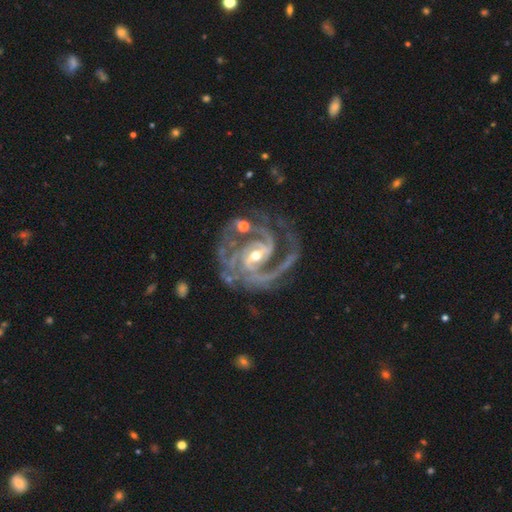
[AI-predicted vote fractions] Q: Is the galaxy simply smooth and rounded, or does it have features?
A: featured or disk — 94%.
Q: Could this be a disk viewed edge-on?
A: no — 98%.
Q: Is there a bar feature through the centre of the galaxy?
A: weak — 44%.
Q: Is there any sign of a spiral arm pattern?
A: yes — 98%.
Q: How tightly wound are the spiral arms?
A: tight — 47%.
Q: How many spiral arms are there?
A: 3 — 36%.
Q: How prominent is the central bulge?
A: moderate — 52%.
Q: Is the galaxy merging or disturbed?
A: none — 58%.